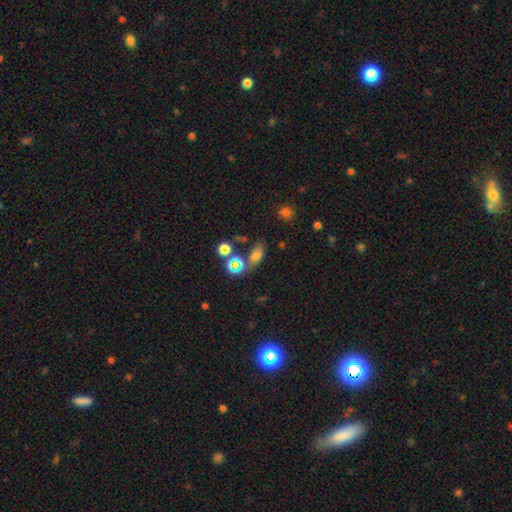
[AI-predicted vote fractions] Morphology: type=smooth (64%); roundness=in between (79%); merging=none (59%).